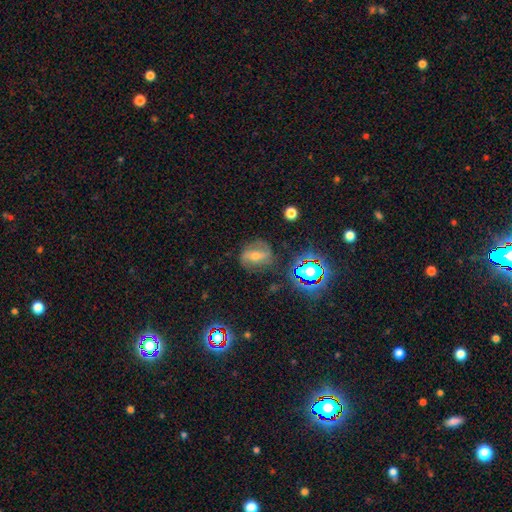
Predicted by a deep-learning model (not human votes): Smooth or featured: featured or disk — 56% (star or artifact — 26%)
Edge-on disk: no — 93% (yes — 7%)
Bar: strong — 44% (weak — 37%)
Spiral arms: yes — 83% (no — 17%)
Bulge size: moderate — 49% (small — 45%)
Merging: none — 75% (minor disturbance — 15%)